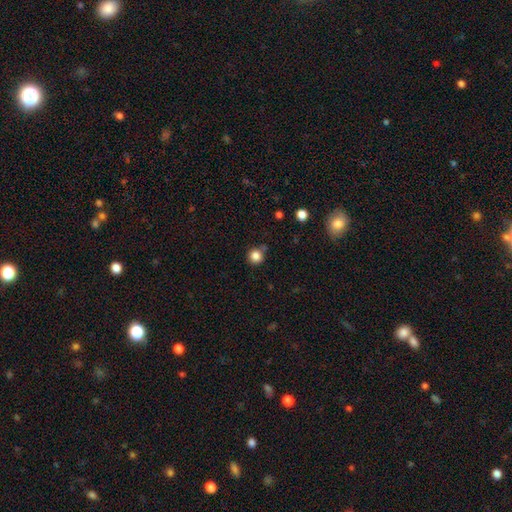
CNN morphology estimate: Smooth or featured? smooth (83%)
How rounded? round (93%)
Merging? none (78%)